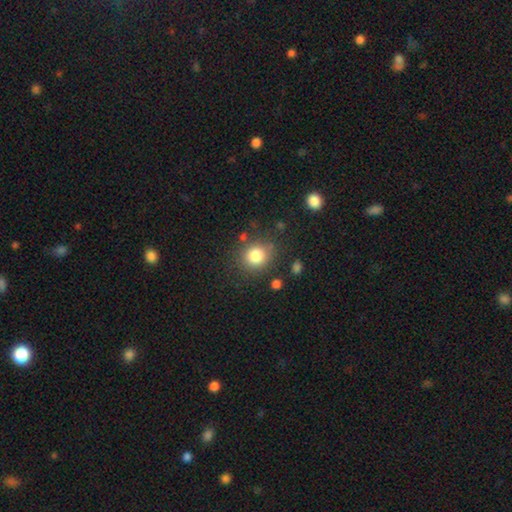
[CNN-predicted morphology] A smooth galaxy with no disk features (82%) that is round (83%).

Vote fractions:
- Smooth or featured? smooth: 82% / star or artifact: 11% / featured or disk: 7%
- How rounded? round: 83% / in between: 17% / cigar-shaped: 1%
- Merging? none: 80% / minor disturbance: 11% / merger: 4% / major disturbance: 4%